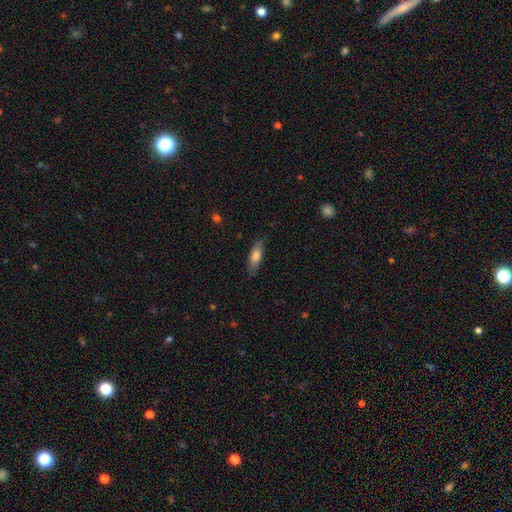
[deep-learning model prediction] A smooth galaxy with no disk features (74%) that is in between round and cigar-shaped (52%).

Vote fractions:
- Smooth or featured? smooth: 74% / featured or disk: 19% / star or artifact: 7%
- How rounded? in between: 52% / cigar-shaped: 45% / round: 2%
- Merging? none: 83% / minor disturbance: 13% / major disturbance: 3% / merger: 1%